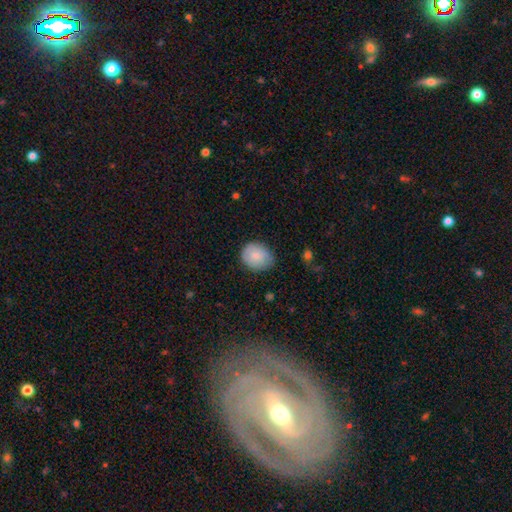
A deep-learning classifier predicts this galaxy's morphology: This appears to be a smooth galaxy with no disk features (83%) that is round (62%). Merging: none (72%).